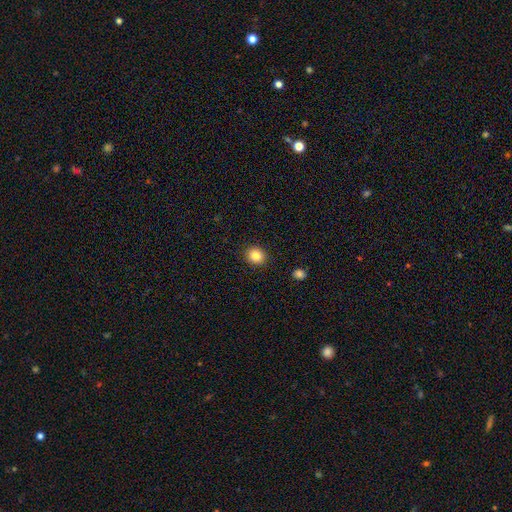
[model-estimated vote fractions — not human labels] A smooth galaxy with no disk features (84%) that is round (76%). Merging: none (91%).